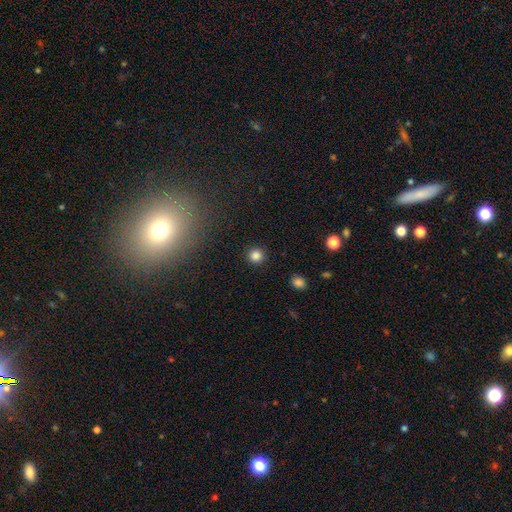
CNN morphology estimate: This is clearly a smooth galaxy (84%). How rounded: clearly round (94%). Merging: clearly none (92%).